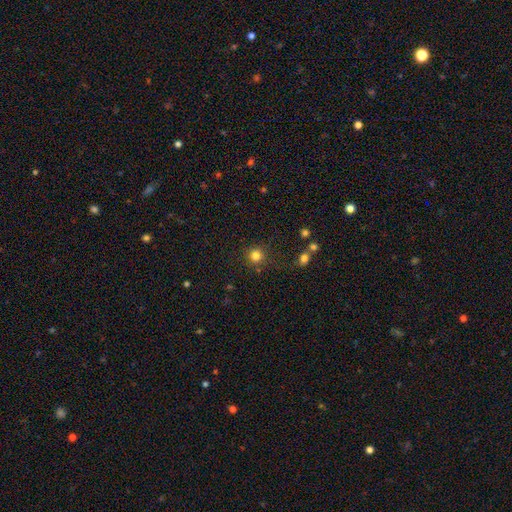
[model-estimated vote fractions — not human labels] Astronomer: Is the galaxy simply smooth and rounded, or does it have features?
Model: smooth — 82%.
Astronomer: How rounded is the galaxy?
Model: round — 93%.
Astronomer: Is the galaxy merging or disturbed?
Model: none — 84%.